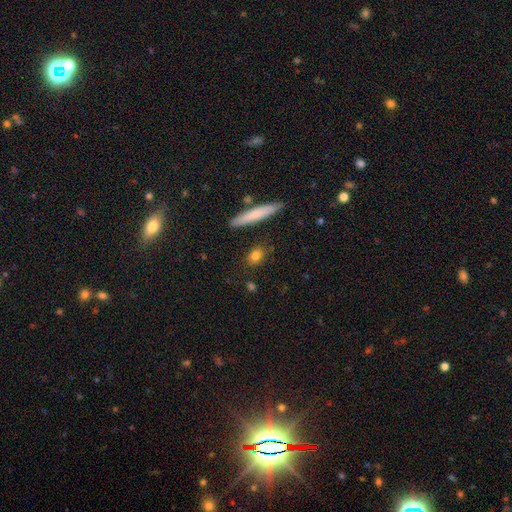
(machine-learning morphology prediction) A smooth galaxy with no disk features (81%) that is in between round and cigar-shaped (48%).

Vote fractions:
- Smooth or featured? smooth: 81% / featured or disk: 11% / star or artifact: 8%
- How rounded? in between: 48% / round: 30% / cigar-shaped: 22%
- Merging? none: 84% / minor disturbance: 10% / merger: 4% / major disturbance: 3%